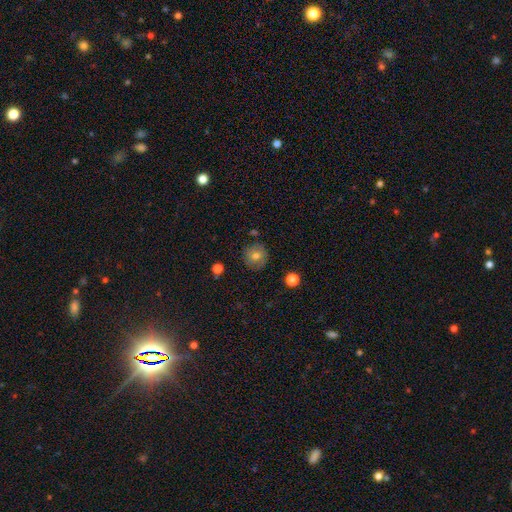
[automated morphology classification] smooth-or-featured: smooth: 72% | featured or disk: 18% | star or artifact: 10%
  how-rounded: round: 92% | in between: 7% | cigar-shaped: 1%
  merging: none: 83% | minor disturbance: 12% | major disturbance: 3% | merger: 2%